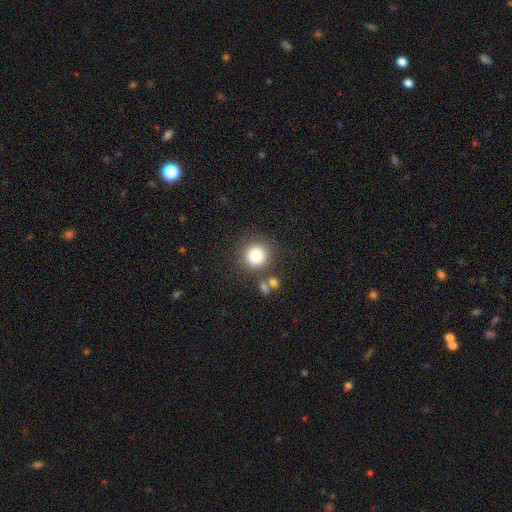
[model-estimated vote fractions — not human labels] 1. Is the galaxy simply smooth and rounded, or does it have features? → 83% smooth, 11% star or artifact, 6% featured or disk.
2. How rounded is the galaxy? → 93% round, 6% in between, 1% cigar-shaped.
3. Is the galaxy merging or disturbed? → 78% none, 9% minor disturbance, 8% merger, 4% major disturbance.